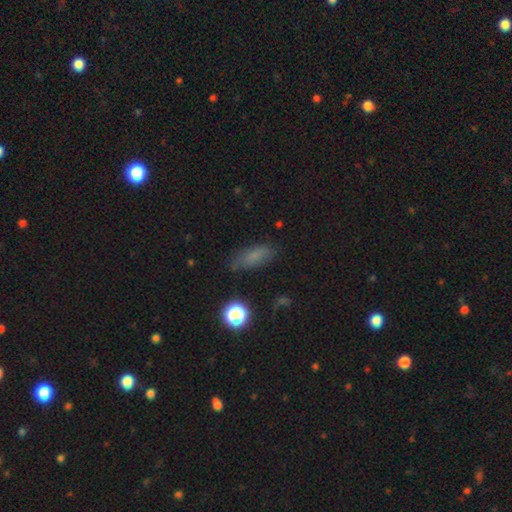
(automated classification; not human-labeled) Overall: smooth (74%). How rounded: in between (73%). Merging: none (72%).